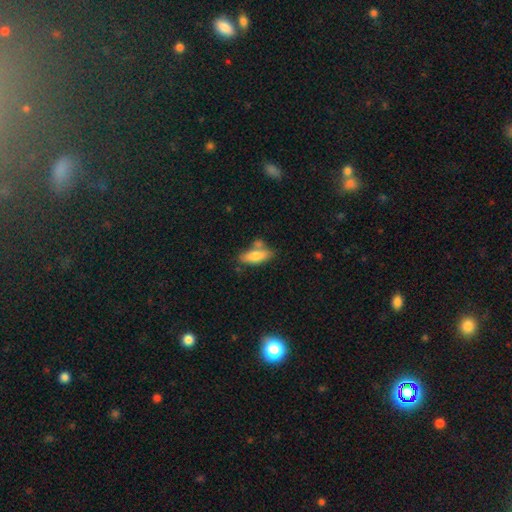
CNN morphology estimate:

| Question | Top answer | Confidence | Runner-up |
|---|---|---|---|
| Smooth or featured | smooth | 78% | featured or disk (16%) |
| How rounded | in between | 69% | cigar-shaped (28%) |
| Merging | none | 58% | merger (20%) |